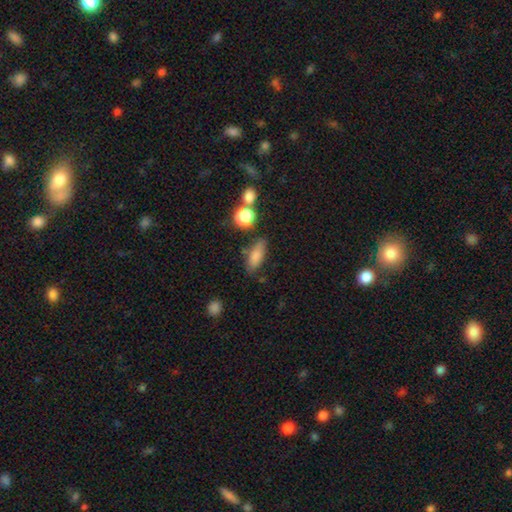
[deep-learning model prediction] Smooth or featured: smooth — 80% (star or artifact — 10%)
How rounded: in between — 65% (cigar-shaped — 29%)
Merging: none — 72% (minor disturbance — 15%)